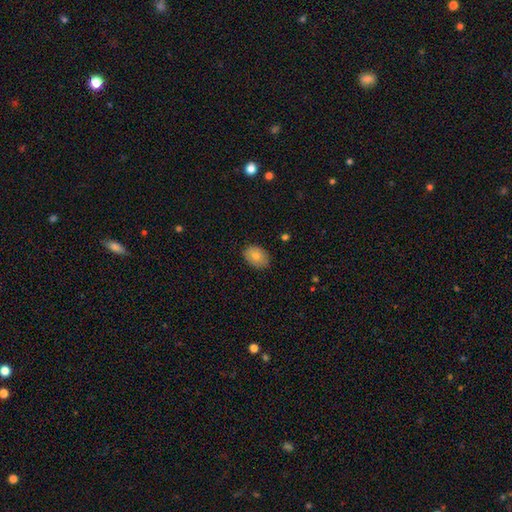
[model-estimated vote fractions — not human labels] This appears to be a smooth galaxy with no disk features (73%) that is in between round and cigar-shaped (72%). Merging: none (85%).